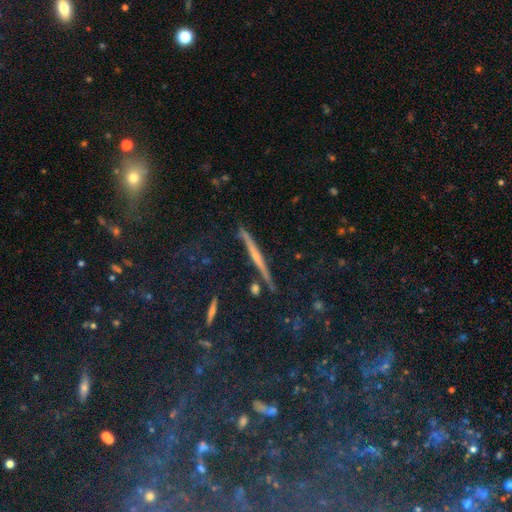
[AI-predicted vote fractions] This appears to be a featured or disk galaxy (66%) viewed edge-on (96%) with a rounded central bulge (69%). Merging: none (85%).